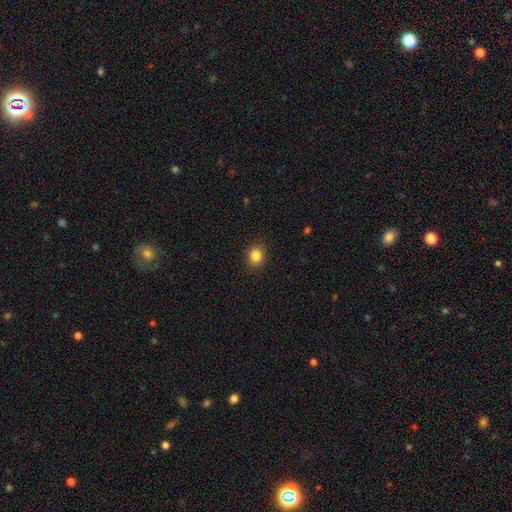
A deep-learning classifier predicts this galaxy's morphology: Smooth or featured? Predicted: smooth (p=0.85). How rounded? Predicted: round (p=0.63). Merging? Predicted: none (p=0.90).